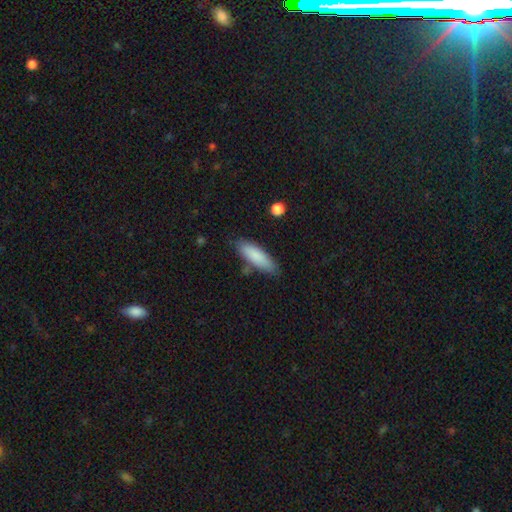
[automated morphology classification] Smooth or featured? smooth (84%)
How rounded? in between (50%)
Merging? none (78%)